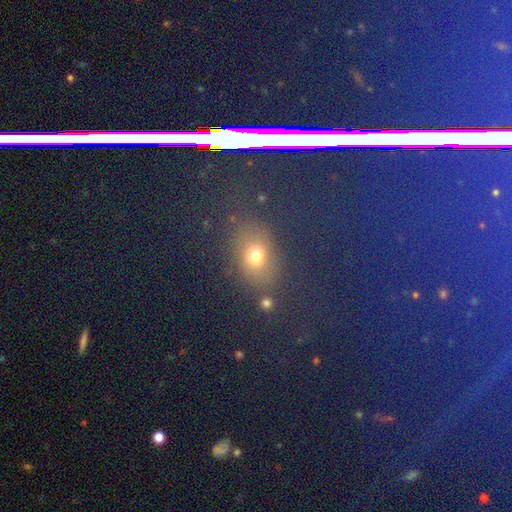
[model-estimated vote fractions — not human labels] smooth_or_featured: smooth (p=0.64) [alt: star or artifact p=0.27]
how_rounded: in between (p=0.61) [alt: round p=0.34]
merging: none (p=0.74) [alt: minor disturbance p=0.13]